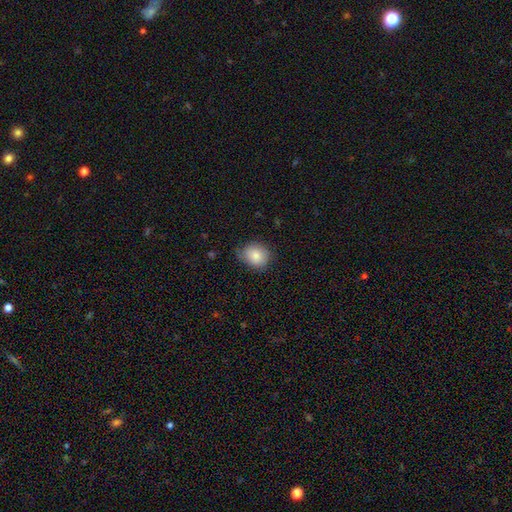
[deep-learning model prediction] Q: Smooth or featured?
A: smooth (83%); runner-up: featured or disk (9%)
Q: How rounded?
A: round (65%); runner-up: in between (34%)
Q: Merging?
A: none (67%); runner-up: minor disturbance (27%)